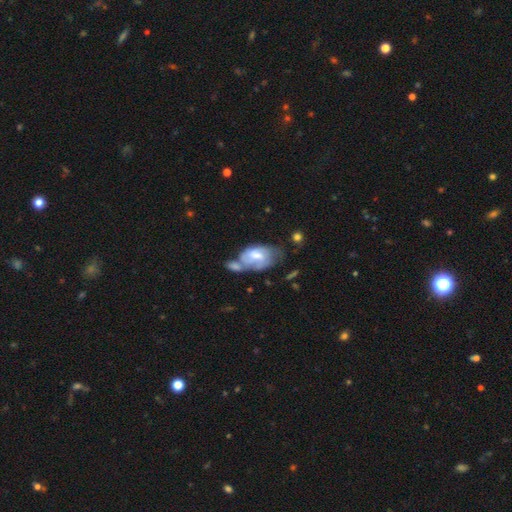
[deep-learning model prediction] A featured or disk galaxy (56%) with no bar (45%), spiral arms (71%) and a moderate central bulge (52%).

Vote fractions:
- Smooth or featured? featured or disk: 56% / smooth: 37% / star or artifact: 6%
- Edge-on disk? no: 95% / yes: 5%
- Bar? no: 45% / weak: 44% / strong: 10%
- Spiral arms? yes: 71% / no: 29%
- Bulge size? moderate: 52% / small: 28% / large: 12% / none: 7% / dominant: 2%
- Merging? merger: 39% / none: 24% / minor disturbance: 21% / major disturbance: 17%